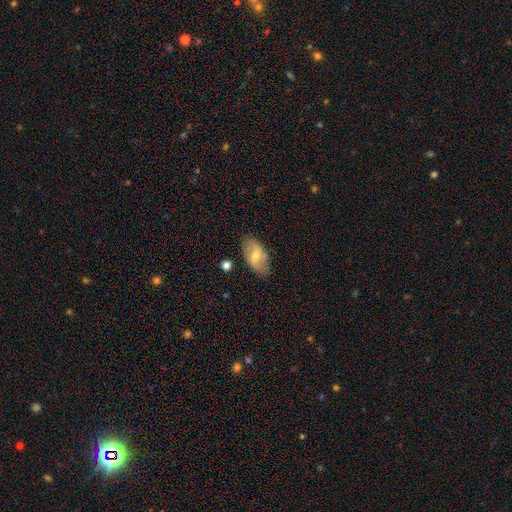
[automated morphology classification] Smooth or featured? smooth (50%)
How rounded? in between (92%)
Merging? none (81%)